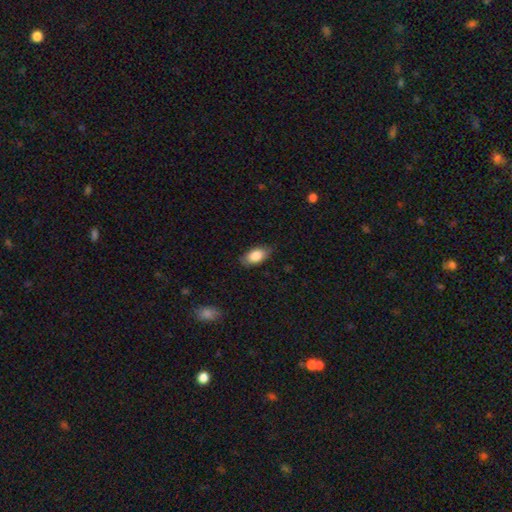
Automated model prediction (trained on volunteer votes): This is clearly a smooth galaxy (85%). How rounded: clearly in between (92%). Merging: clearly none (82%).